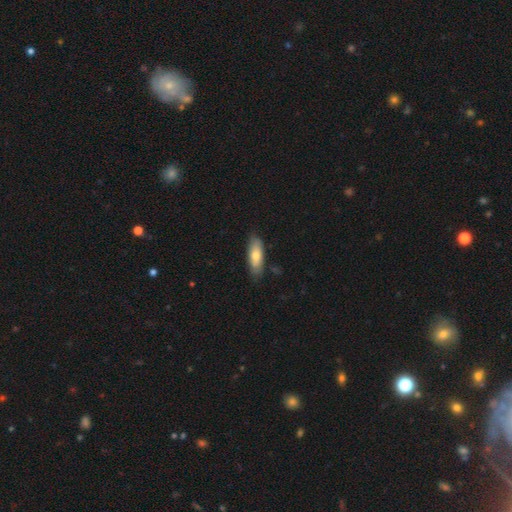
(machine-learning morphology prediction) Smooth or featured? Predicted: smooth (p=0.71). How rounded? Predicted: in between (p=0.67). Merging? Predicted: none (p=0.80).